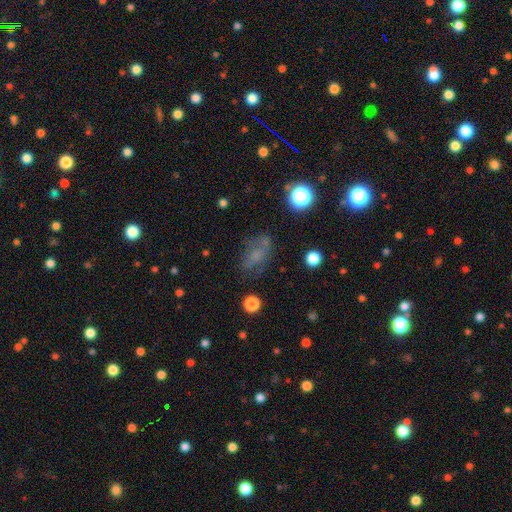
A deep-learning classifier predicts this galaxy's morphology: smooth-or-featured: smooth: 54% | featured or disk: 26% | star or artifact: 19%
  how-rounded: in between: 80% | round: 15% | cigar-shaped: 6%
  merging: none: 54% | minor disturbance: 24% | major disturbance: 18% | merger: 4%